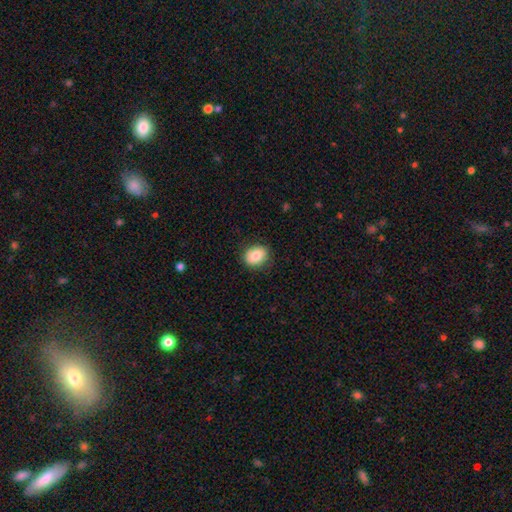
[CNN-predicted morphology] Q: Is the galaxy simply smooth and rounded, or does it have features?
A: smooth — 83%.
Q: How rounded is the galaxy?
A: round — 50%.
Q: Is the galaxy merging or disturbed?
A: none — 85%.